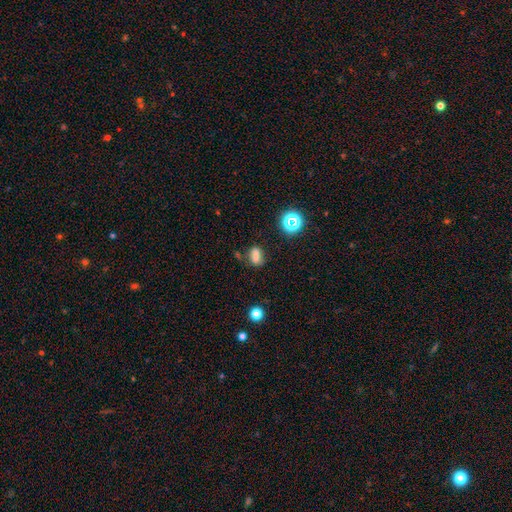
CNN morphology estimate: Smooth or featured? smooth (71%)
How rounded? in between (70%)
Merging? none (67%)